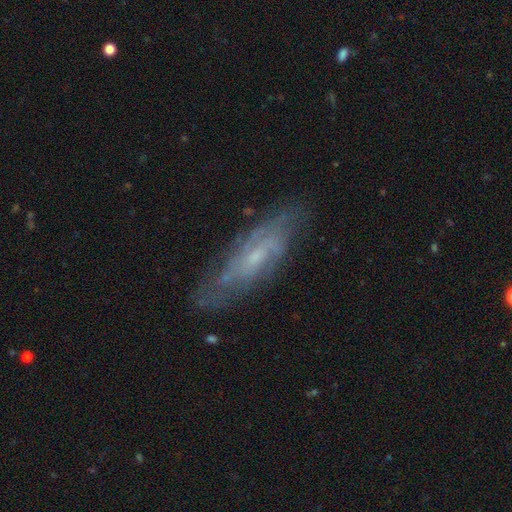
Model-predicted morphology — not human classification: Q: Smooth or featured?
A: featured or disk (72%); runner-up: smooth (21%)
Q: Edge-on disk?
A: no (77%); runner-up: yes (23%)
Q: Bar?
A: no (54%); runner-up: weak (40%)
Q: Spiral arms?
A: yes (83%); runner-up: no (17%)
Q: Bulge size?
A: small (64%); runner-up: moderate (25%)
Q: Merging?
A: none (72%); runner-up: minor disturbance (19%)